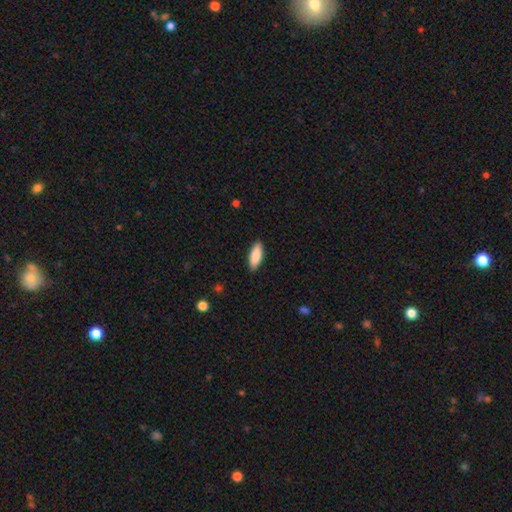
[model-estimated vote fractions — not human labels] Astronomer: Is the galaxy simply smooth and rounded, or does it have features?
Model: smooth — 87%.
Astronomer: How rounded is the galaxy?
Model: in between — 71%.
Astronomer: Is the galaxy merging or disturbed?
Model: none — 89%.